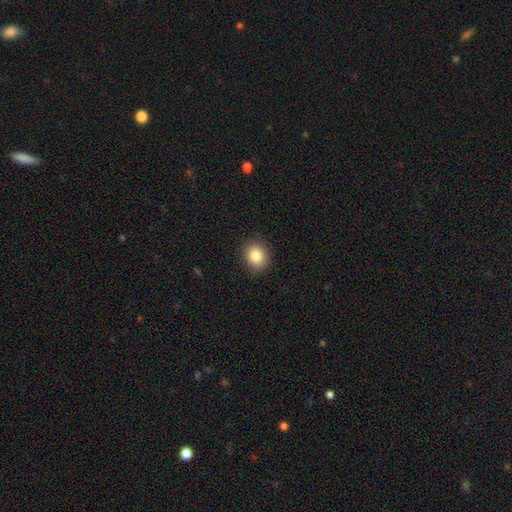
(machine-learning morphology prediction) Q: Smooth or featured?
A: smooth (85%); runner-up: star or artifact (9%)
Q: How rounded?
A: round (68%); runner-up: in between (32%)
Q: Merging?
A: none (89%); runner-up: minor disturbance (8%)